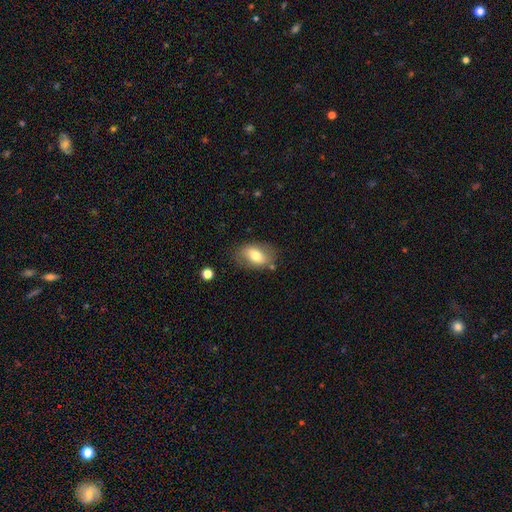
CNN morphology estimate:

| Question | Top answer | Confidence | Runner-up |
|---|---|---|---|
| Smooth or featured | smooth | 67% | featured or disk (25%) |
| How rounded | in between | 87% | round (11%) |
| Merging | none | 73% | minor disturbance (18%) |